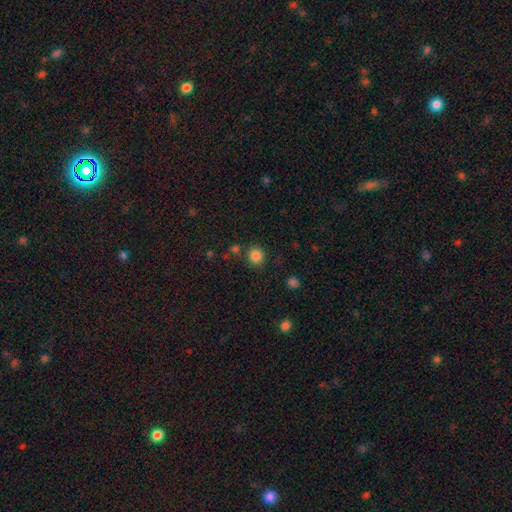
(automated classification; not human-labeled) This is clearly a smooth galaxy (84%). How rounded: clearly round (90%). Merging: clearly none (83%).